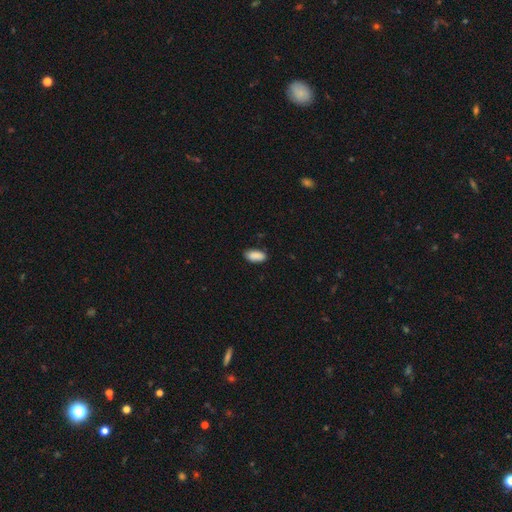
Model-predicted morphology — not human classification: Smooth or featured: smooth — 90% (star or artifact — 7%)
How rounded: in between — 92% (cigar-shaped — 6%)
Merging: none — 84% (minor disturbance — 13%)